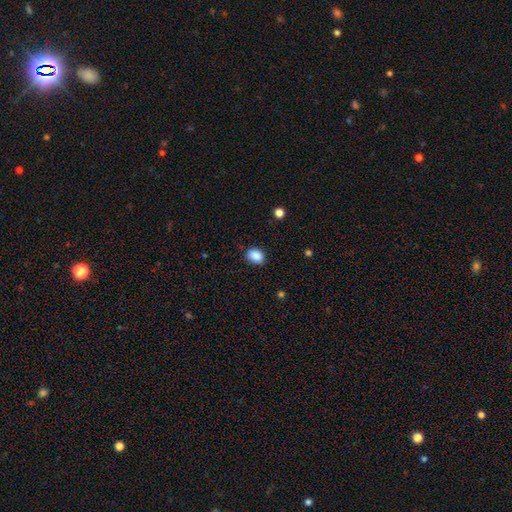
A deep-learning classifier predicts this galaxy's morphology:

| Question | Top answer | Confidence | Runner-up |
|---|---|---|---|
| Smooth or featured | smooth | 88% | star or artifact (9%) |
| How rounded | in between | 72% | round (27%) |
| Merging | none | 82% | minor disturbance (14%) |